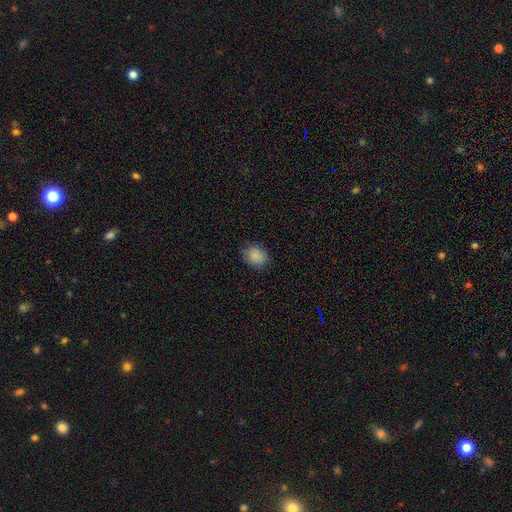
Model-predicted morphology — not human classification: A smooth galaxy with no disk features (88%) that is round (50%). Merging: none (84%).